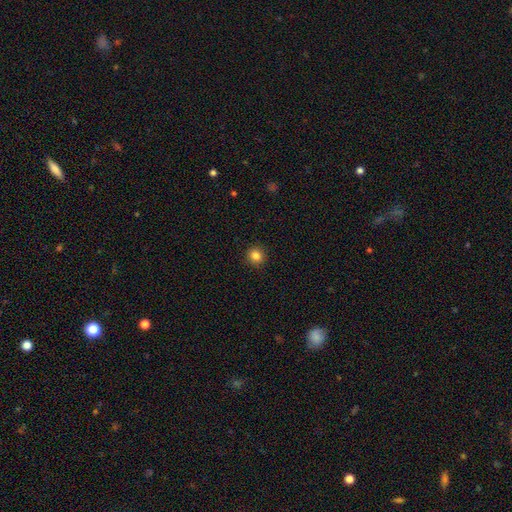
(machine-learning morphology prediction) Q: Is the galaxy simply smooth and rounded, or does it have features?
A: smooth — 84%.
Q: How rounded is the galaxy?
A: round — 90%.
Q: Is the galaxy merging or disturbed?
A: none — 92%.